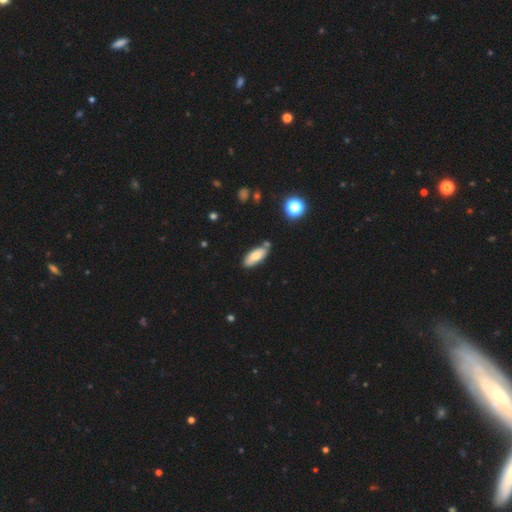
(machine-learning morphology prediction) smooth 78%, featured or disk 15%, star or artifact 7%. Down the decision tree: how rounded — in between (78%); merging — none (73%).